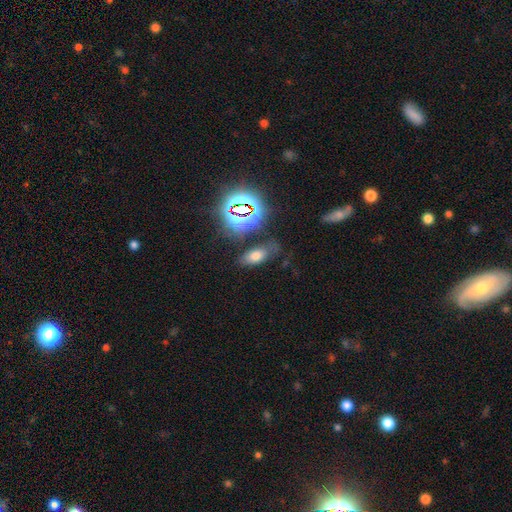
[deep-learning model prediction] Smooth or featured: smooth — 61% (star or artifact — 26%)
How rounded: in between — 85% (cigar-shaped — 9%)
Merging: none — 70% (minor disturbance — 17%)